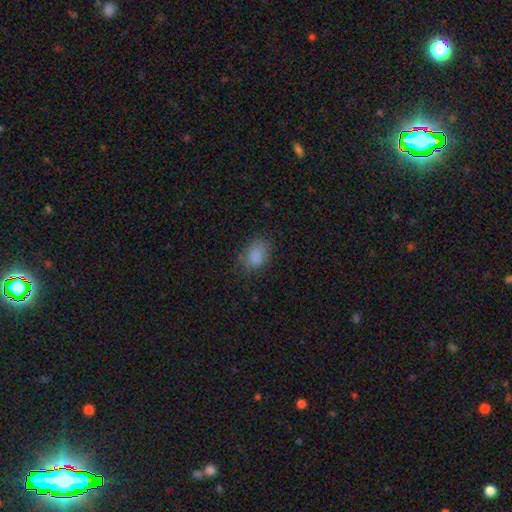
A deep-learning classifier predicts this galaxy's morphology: Q: Smooth or featured?
A: smooth (83%); runner-up: star or artifact (11%)
Q: How rounded?
A: in between (73%); runner-up: round (26%)
Q: Merging?
A: none (73%); runner-up: minor disturbance (20%)